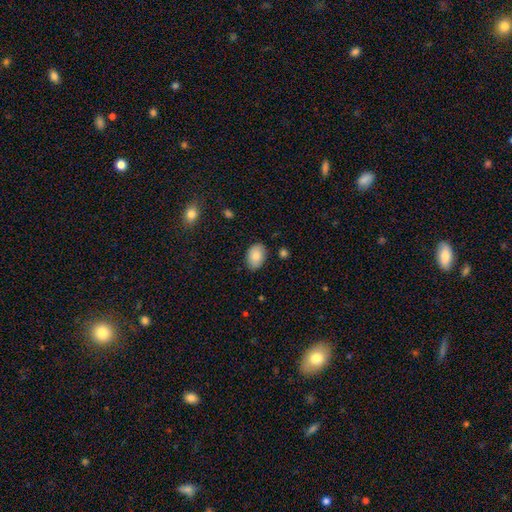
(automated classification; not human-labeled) Morphology: type=smooth (84%); roundness=in between (85%); merging=none (83%).